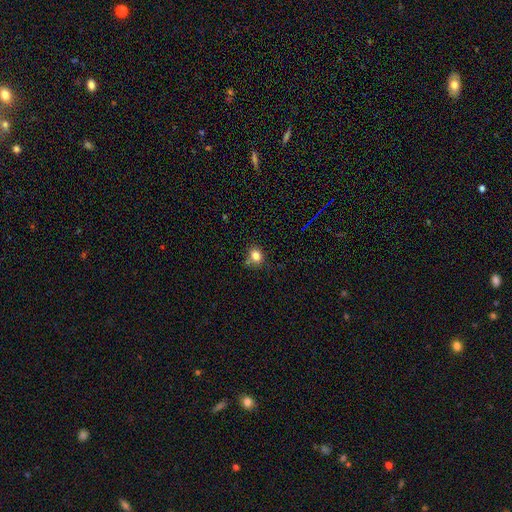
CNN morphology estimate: Q: Smooth or featured?
A: smooth (81%); runner-up: star or artifact (12%)
Q: How rounded?
A: round (62%); runner-up: in between (37%)
Q: Merging?
A: none (64%); runner-up: minor disturbance (21%)